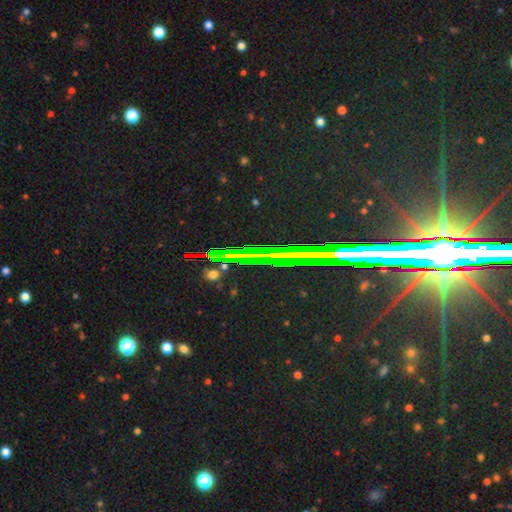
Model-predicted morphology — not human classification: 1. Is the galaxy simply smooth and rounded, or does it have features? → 81% star or artifact, 10% featured or disk, 9% smooth.